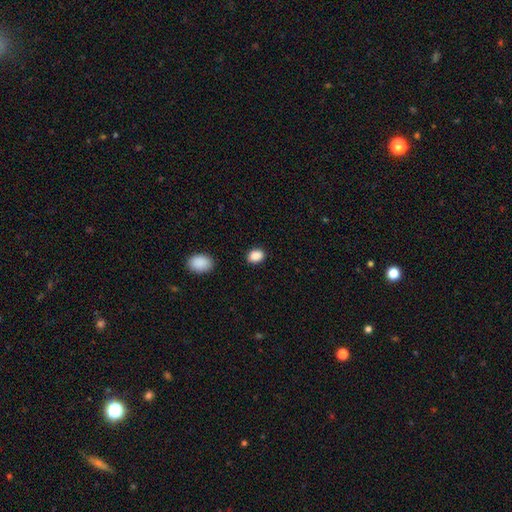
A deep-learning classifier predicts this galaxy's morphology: smooth 88%, star or artifact 9%, featured or disk 3%. Down the decision tree: how rounded — in between (68%); merging — none (86%).